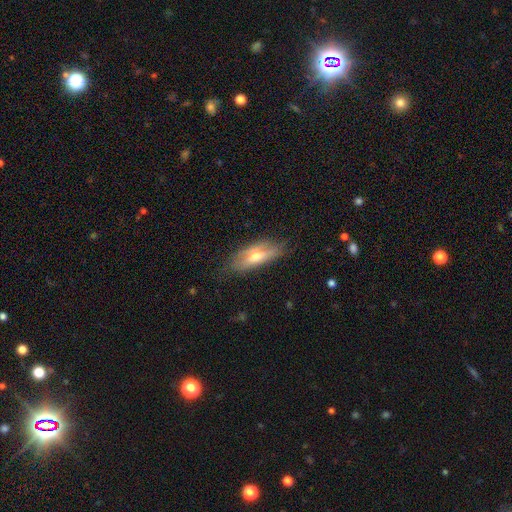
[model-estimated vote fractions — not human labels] Q: Smooth or featured?
A: smooth (50%); runner-up: featured or disk (42%)
Q: How rounded?
A: in between (67%); runner-up: cigar-shaped (29%)
Q: Merging?
A: none (71%); runner-up: minor disturbance (21%)